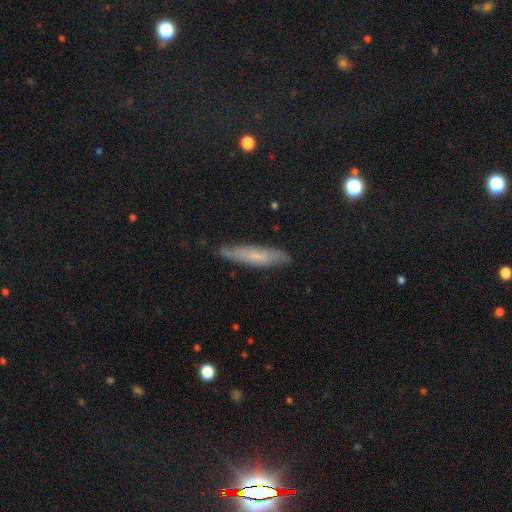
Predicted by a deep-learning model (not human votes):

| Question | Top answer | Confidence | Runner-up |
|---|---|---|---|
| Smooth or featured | smooth | 56% | featured or disk (36%) |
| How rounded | cigar-shaped | 84% | in between (15%) |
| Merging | none | 80% | minor disturbance (16%) |